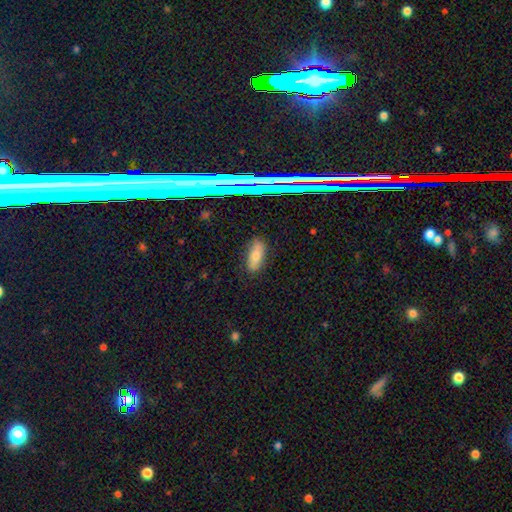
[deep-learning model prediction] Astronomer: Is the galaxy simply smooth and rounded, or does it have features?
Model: smooth — 67%.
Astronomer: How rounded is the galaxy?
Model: in between — 69%.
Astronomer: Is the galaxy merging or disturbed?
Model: none — 85%.